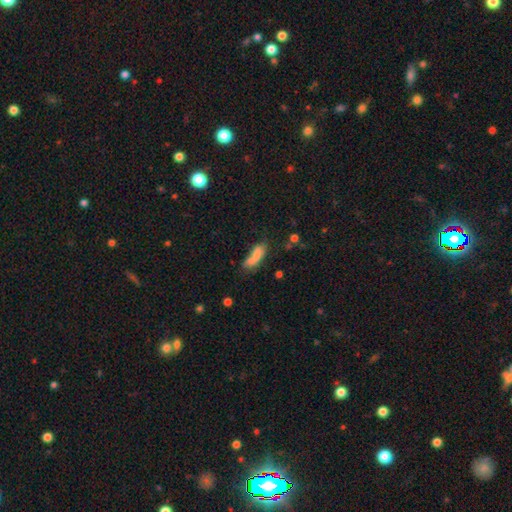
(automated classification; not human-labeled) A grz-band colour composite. It shows a smooth galaxy with no disk features (72%) that is in between round and cigar-shaped (64%). Merging: none (34%).